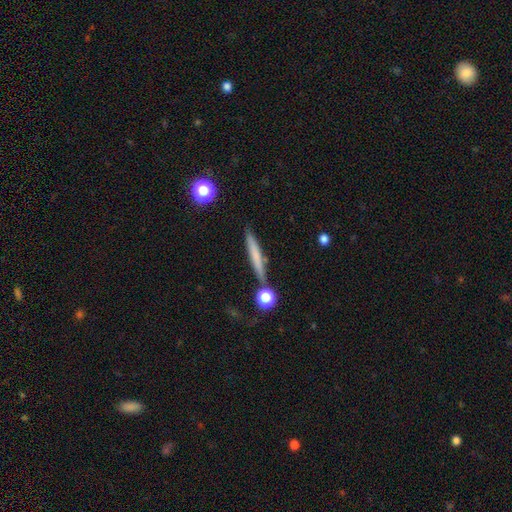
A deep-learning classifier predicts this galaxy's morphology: Smooth or featured? smooth (62%)
How rounded? cigar-shaped (93%)
Merging? none (79%)